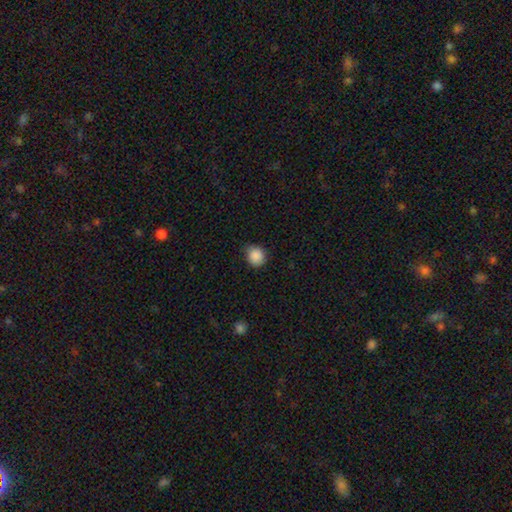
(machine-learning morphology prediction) type=smooth (88%); roundness=round (82%); merging=none (76%).